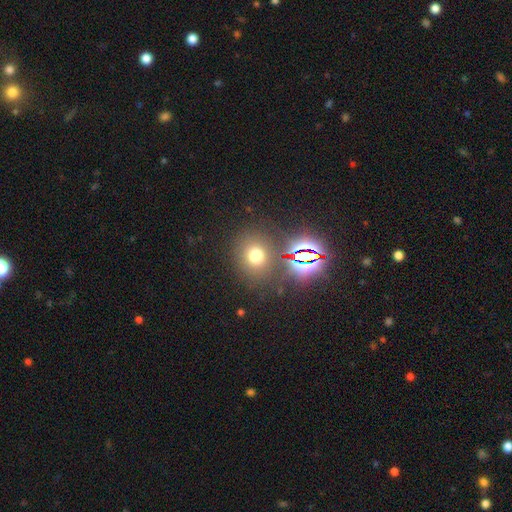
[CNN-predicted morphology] This is likely a smooth galaxy (66%). How rounded: likely round (78%). Merging: likely none (80%).